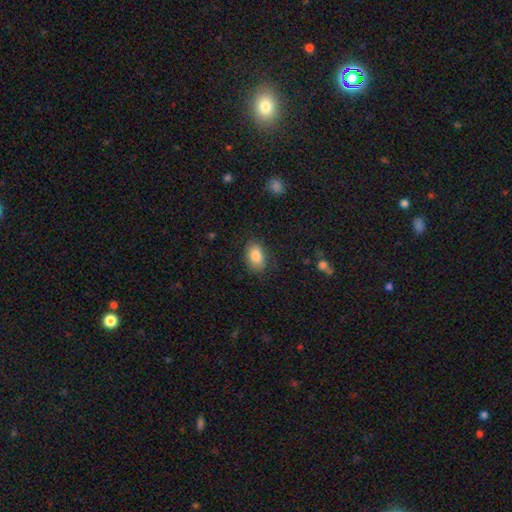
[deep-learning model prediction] Smooth or featured? Predicted: smooth (p=0.85). How rounded? Predicted: in between (p=0.89). Merging? Predicted: none (p=0.82).